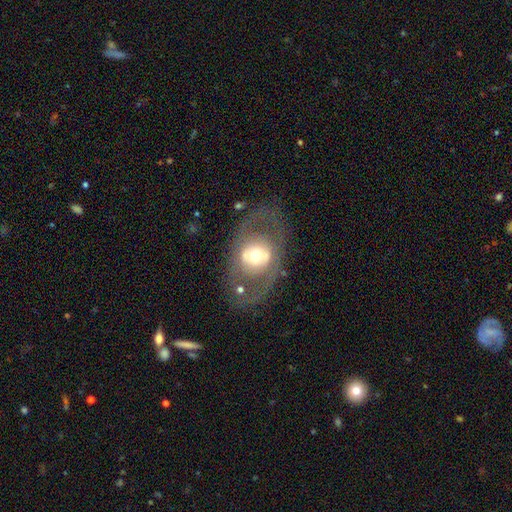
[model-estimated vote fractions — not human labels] Smooth or featured? featured or disk (60%)
Edge-on disk? no (90%)
Bar? no (59%)
Spiral arms? no (77%)
Bulge size? moderate (58%)
Merging? none (70%)